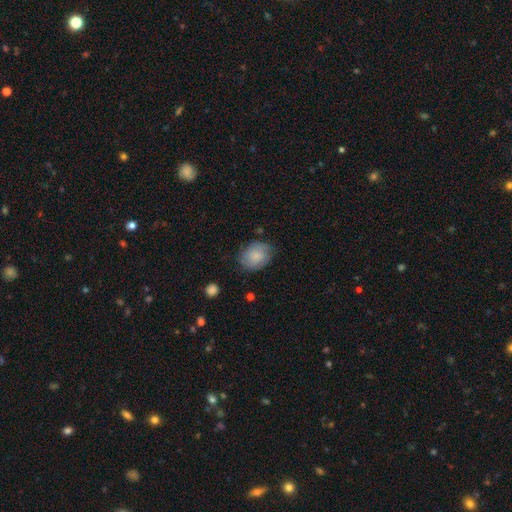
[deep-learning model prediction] Overall: smooth (76%). How rounded: in between (58%; round 41%). Merging: none (71%).